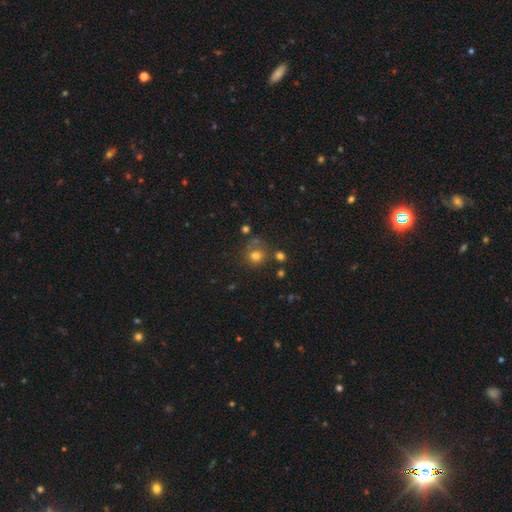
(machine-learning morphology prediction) This appears to be a smooth galaxy with no disk features (74%) that is round (79%). Merging: none (51%).